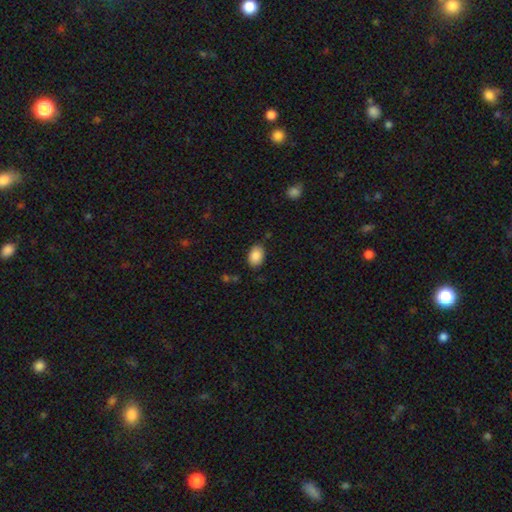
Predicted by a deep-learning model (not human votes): The model was most divided on "merging": none: 84%, minor disturbance: 12%, major disturbance: 3%, merger: 2%. More confident: smooth or featured — smooth (88%); how rounded — in between (87%).